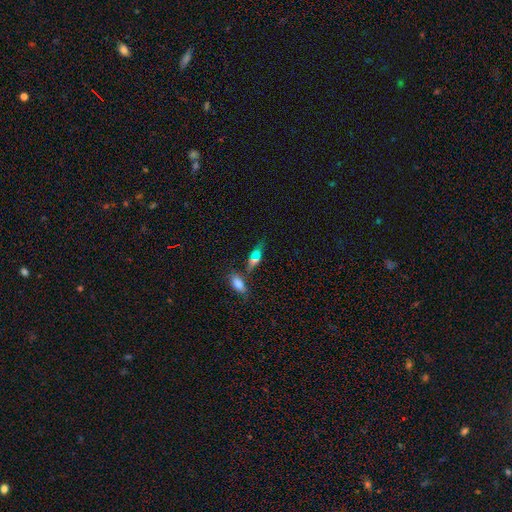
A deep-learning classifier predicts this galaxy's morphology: This appears to be a smooth galaxy with no disk features (63%) that is in between round and cigar-shaped (63%). Merging: none (57%).